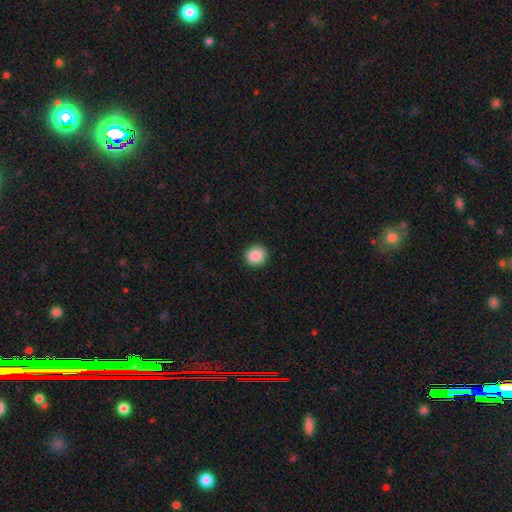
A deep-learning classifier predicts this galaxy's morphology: A smooth galaxy with no disk features (88%) that is round (90%).

Vote fractions:
- Smooth or featured? smooth: 88% / star or artifact: 8% / featured or disk: 3%
- How rounded? round: 90% / in between: 9% / cigar-shaped: 1%
- Merging? none: 92% / minor disturbance: 6% / major disturbance: 2% / merger: 1%